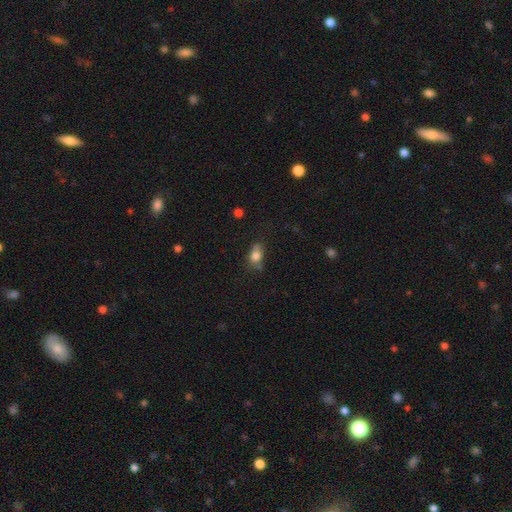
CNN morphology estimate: smooth-or-featured: smooth: 79% | featured or disk: 11% | star or artifact: 10%
  how-rounded: in between: 72% | round: 24% | cigar-shaped: 4%
  merging: none: 57% | minor disturbance: 27% | major disturbance: 8% | merger: 8%